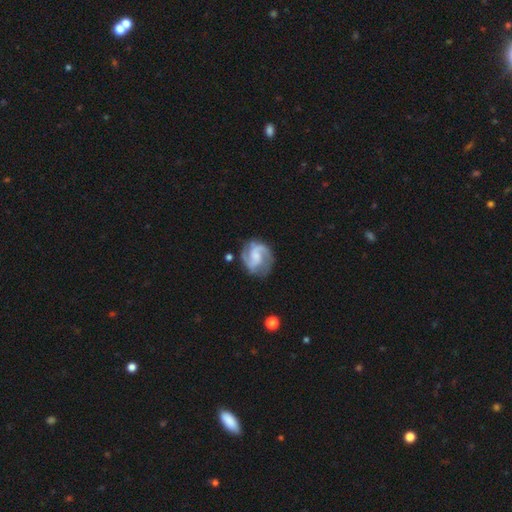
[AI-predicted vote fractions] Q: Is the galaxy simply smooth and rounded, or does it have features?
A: featured or disk — 84%.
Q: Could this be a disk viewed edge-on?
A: no — 98%.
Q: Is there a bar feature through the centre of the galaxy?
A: no — 44%.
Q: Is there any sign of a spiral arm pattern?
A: yes — 96%.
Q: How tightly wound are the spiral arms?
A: medium — 53%.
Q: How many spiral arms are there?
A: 2 — 76%.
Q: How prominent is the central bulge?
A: small — 38%.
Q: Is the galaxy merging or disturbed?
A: none — 72%.